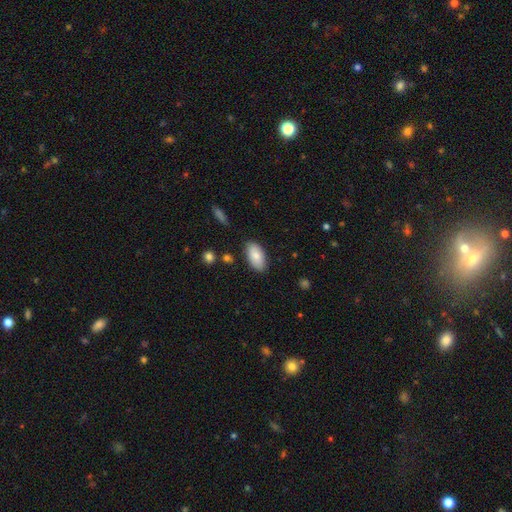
This is clearly a smooth galaxy (80%). How rounded: clearly in between (94%). Merging: likely none (79%).